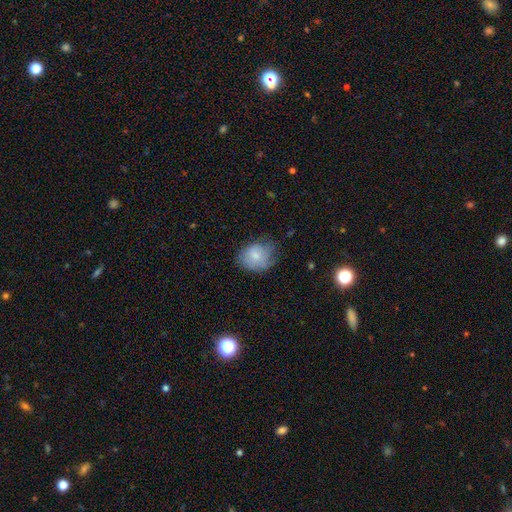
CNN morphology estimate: A smooth galaxy with no disk features (72%) that is in between round and cigar-shaped (50%). Merging: none (51%).